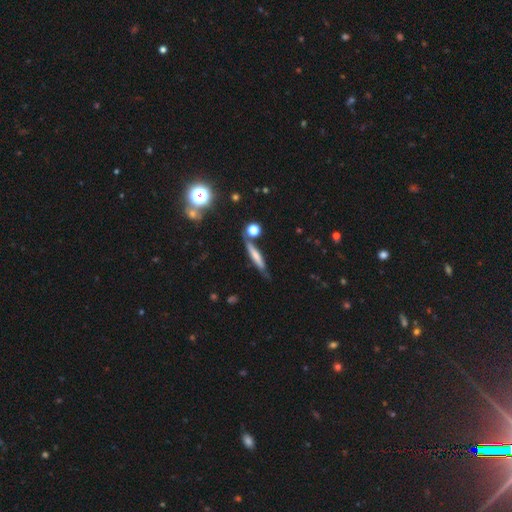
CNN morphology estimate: A smooth galaxy with no disk features (53%) that is cigar-shaped (87%). Merging: none (71%).